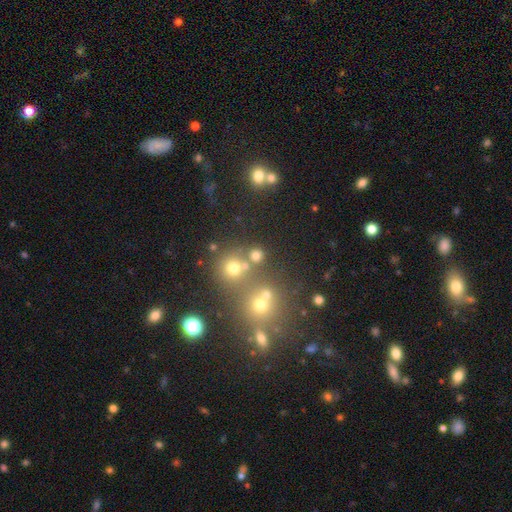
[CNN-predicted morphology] Q: Smooth or featured?
A: smooth (71%); runner-up: star or artifact (21%)
Q: How rounded?
A: round (88%); runner-up: in between (11%)
Q: Merging?
A: none (72%); runner-up: merger (17%)